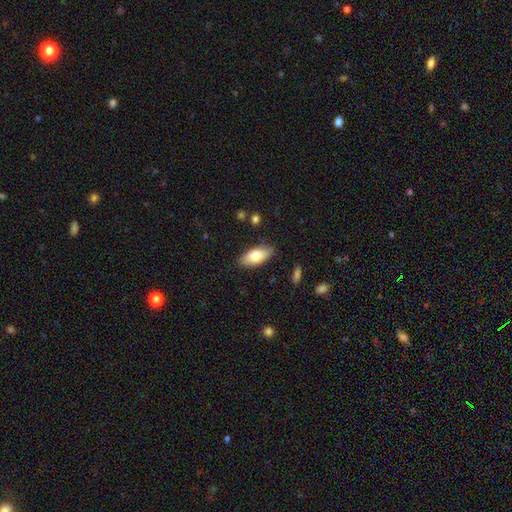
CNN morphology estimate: Smooth or featured? Predicted: smooth (p=0.75). How rounded? Predicted: in between (p=0.87). Merging? Predicted: none (p=0.84).